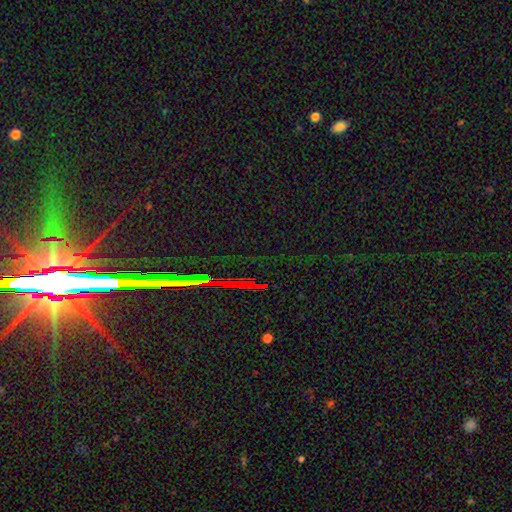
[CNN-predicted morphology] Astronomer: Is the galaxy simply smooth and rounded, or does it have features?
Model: star or artifact — 82%.